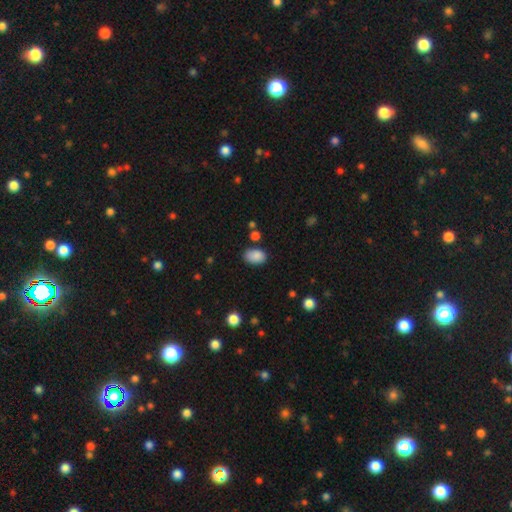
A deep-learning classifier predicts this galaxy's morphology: The model was most divided on "merging": none: 76%, minor disturbance: 17%, major disturbance: 4%, merger: 4%. More confident: smooth or featured — smooth (87%); how rounded — in between (87%).